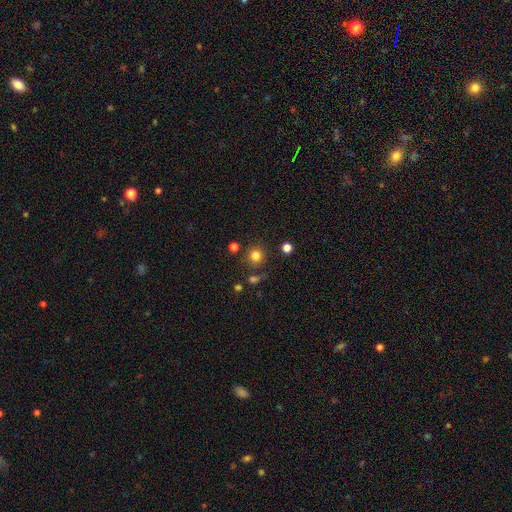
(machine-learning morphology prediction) smooth-or-featured: smooth: 81% | star or artifact: 14% | featured or disk: 5%
  how-rounded: round: 91% | in between: 8% | cigar-shaped: 1%
  merging: none: 80% | minor disturbance: 9% | merger: 7% | major disturbance: 4%